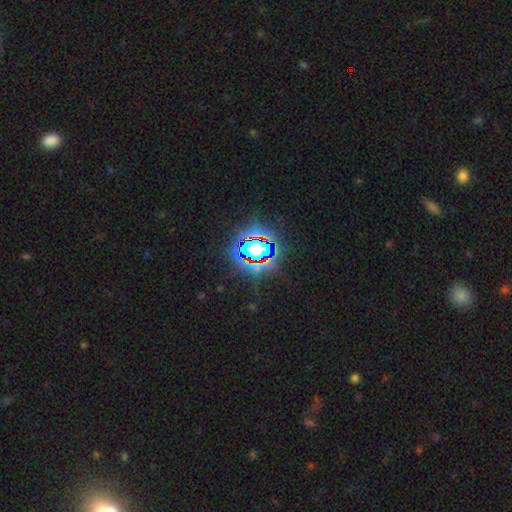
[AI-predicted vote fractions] Morphology: type=star or artifact (81%).